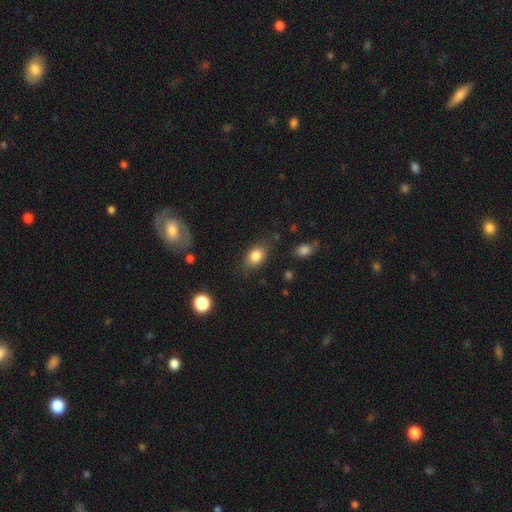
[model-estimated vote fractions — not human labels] Smooth or featured? Predicted: smooth (p=0.82). How rounded? Predicted: in between (p=0.77). Merging? Predicted: none (p=0.76).